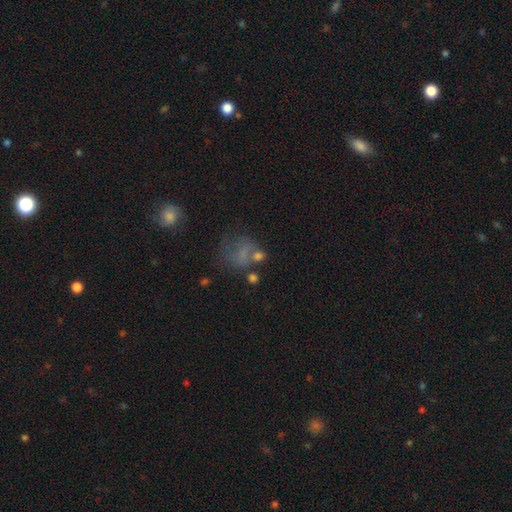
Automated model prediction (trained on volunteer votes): Smooth or featured: smooth — 47% (star or artifact — 29%)
Merging: none — 41% (major disturbance — 26%)